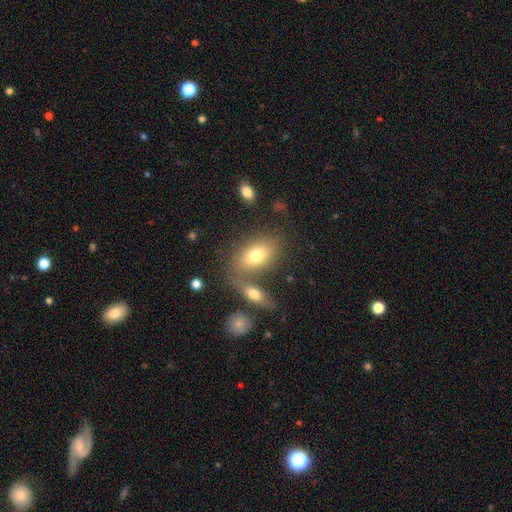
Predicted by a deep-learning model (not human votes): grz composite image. It shows a smooth galaxy with no disk features (74%) that is in between round and cigar-shaped (87%). Merging: none (53%).